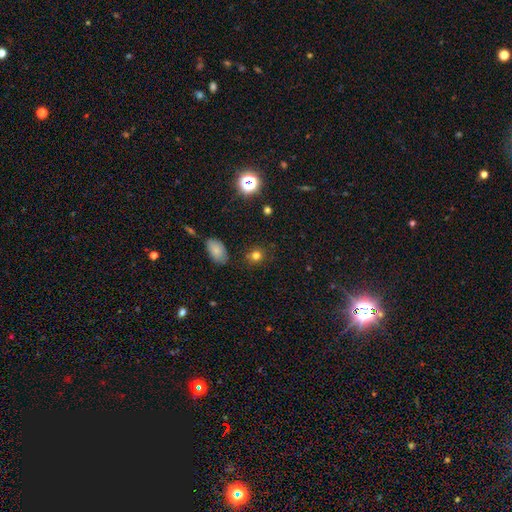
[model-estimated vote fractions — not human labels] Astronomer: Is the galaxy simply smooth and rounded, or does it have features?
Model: smooth — 77%.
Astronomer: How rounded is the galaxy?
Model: round — 76%.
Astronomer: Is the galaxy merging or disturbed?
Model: none — 83%.